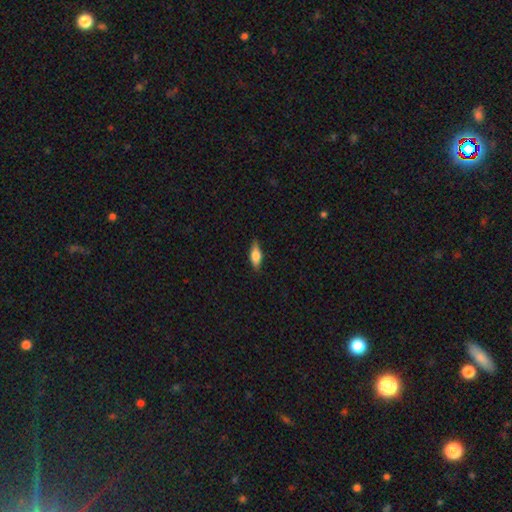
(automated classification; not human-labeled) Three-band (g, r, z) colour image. It shows a smooth galaxy with no disk features (60%) that is in between round and cigar-shaped (68%). Merging: none (84%).